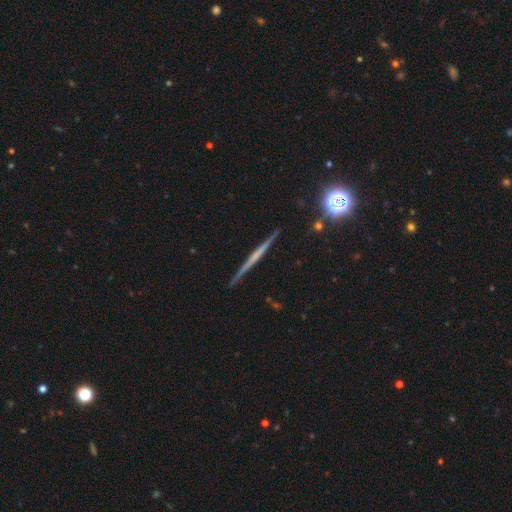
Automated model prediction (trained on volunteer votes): Smooth or featured: featured or disk — 66% (smooth — 26%)
Edge-on disk: yes — 98% (no — 2%)
Edge-on bulge: none — 81% (rounded — 13%)
Merging: none — 91% (minor disturbance — 7%)